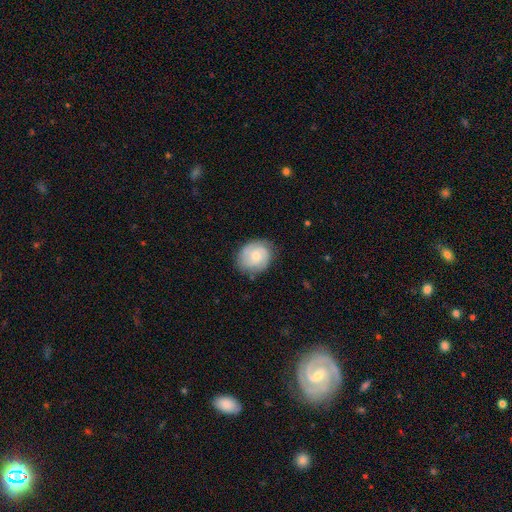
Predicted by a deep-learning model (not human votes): smooth-or-featured: featured or disk: 62% | smooth: 31% | star or artifact: 6%
  disk-edge-on: no: 98% | yes: 2%
    bar: no: 73% | weak: 24% | strong: 3%
    has-spiral-arms: yes: 91% | no: 9%
      spiral-winding: tight: 54% | medium: 36% | loose: 10%
      spiral-arm-count: 2: 47% | can't tell: 22% | 3: 20% | 1: 5% | 4: 3% | more than 4: 3%
    bulge-size: small: 56% | moderate: 40% | none: 2% | large: 2% | dominant: 1%
  merging: none: 78% | minor disturbance: 16% | major disturbance: 4% | merger: 1%